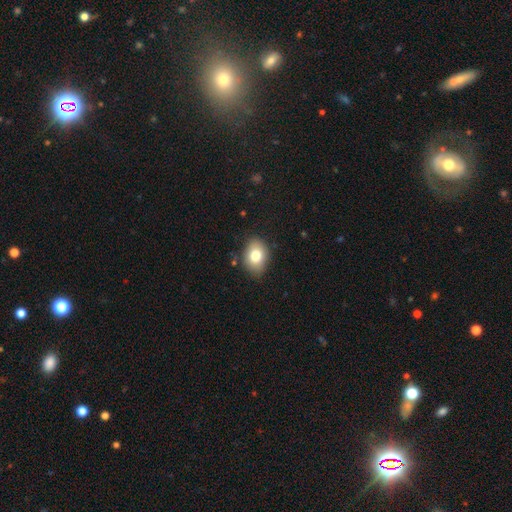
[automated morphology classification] smooth-or-featured: smooth: 79% | featured or disk: 12% | star or artifact: 9%
  how-rounded: in between: 71% | round: 28% | cigar-shaped: 1%
  merging: none: 82% | minor disturbance: 14% | major disturbance: 3% | merger: 2%